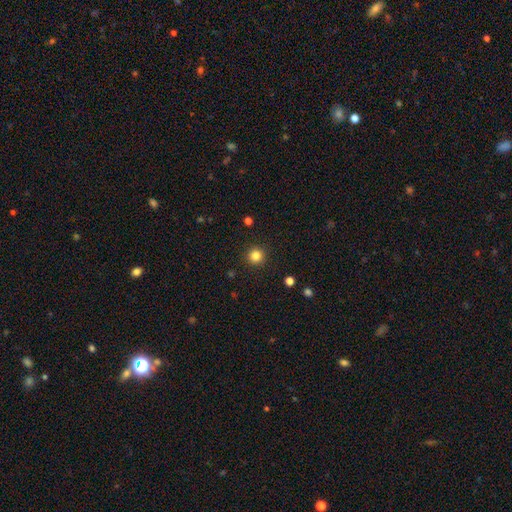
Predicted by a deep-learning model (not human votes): This appears to be a smooth galaxy with no disk features (83%) that is round (95%). Merging: none (92%).